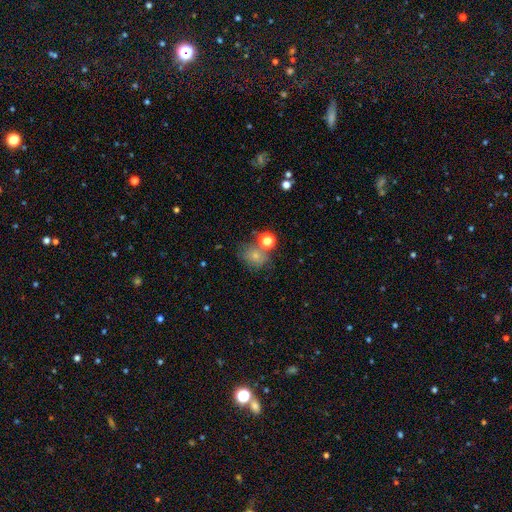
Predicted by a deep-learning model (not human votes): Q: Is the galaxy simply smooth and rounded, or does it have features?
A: smooth — 73%.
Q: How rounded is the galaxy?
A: round — 68%.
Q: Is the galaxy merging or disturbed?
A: none — 57%.